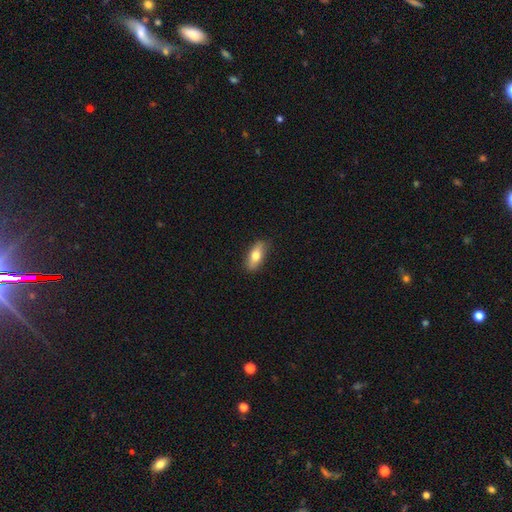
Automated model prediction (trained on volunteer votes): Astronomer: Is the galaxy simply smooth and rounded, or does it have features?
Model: smooth — 68%.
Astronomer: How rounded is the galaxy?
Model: in between — 74%.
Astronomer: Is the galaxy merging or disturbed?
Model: none — 86%.